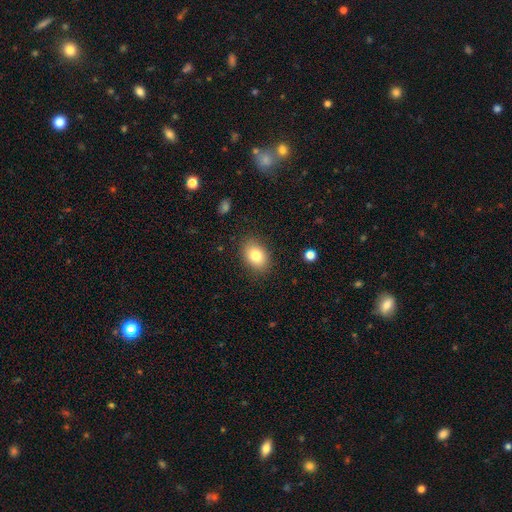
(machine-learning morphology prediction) Smooth or featured: smooth — 81% (featured or disk — 10%)
How rounded: in between — 77% (round — 22%)
Merging: none — 85% (minor disturbance — 10%)